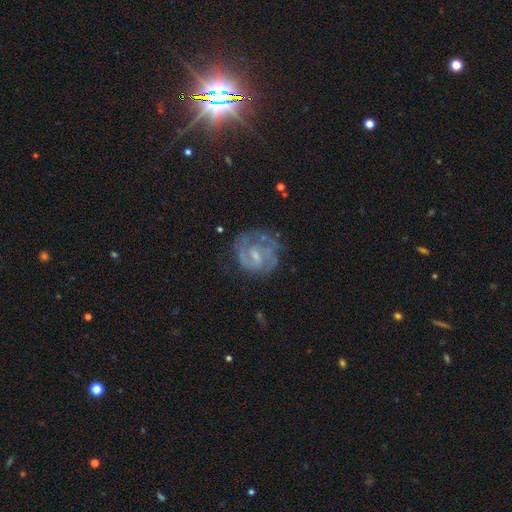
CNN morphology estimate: The model was most divided on "spiral winding" (2-way tie): tight: 43%, medium: 43%, loose: 14%. More confident: edge-on disk — no (98%); spiral arms — yes (88%); smooth or featured — featured or disk (78%); merging — none (63%); bulge size — small (57%); bar — weak (56%); spiral arm count — 2 (51%).